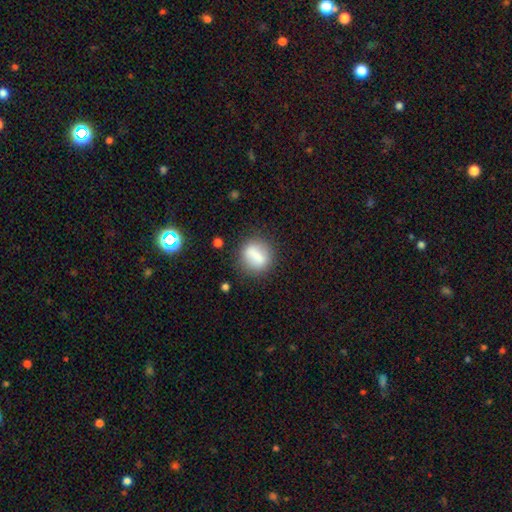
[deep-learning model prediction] smooth_or_featured: smooth (p=0.71) [alt: featured or disk p=0.20]
how_rounded: round (p=0.58) [alt: in between p=0.35]
merging: none (p=0.77) [alt: minor disturbance p=0.13]